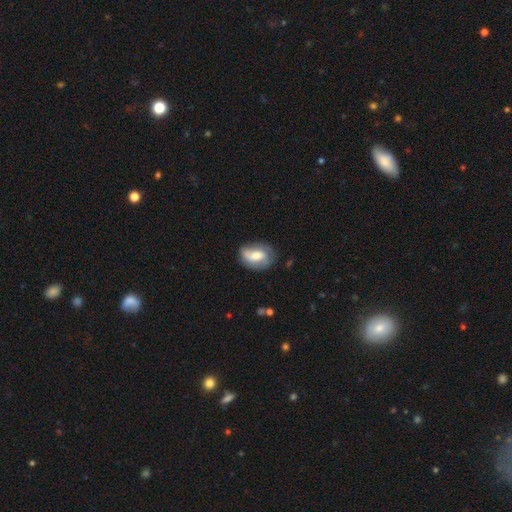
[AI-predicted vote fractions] A smooth galaxy with no disk features (52%) that is in between round and cigar-shaped (82%).

Vote fractions:
- Smooth or featured? smooth: 52% / featured or disk: 41% / star or artifact: 7%
- How rounded? in between: 82% / round: 16% / cigar-shaped: 2%
- Merging? none: 65% / minor disturbance: 24% / major disturbance: 9% / merger: 2%